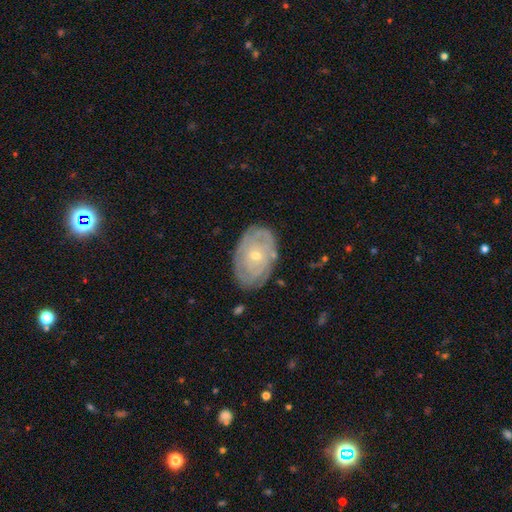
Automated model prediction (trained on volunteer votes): A featured or disk galaxy (72%) with no bar (82%), tight (78%) spiral arms (77%) and a small central bulge (66%). Merging: none (79%).